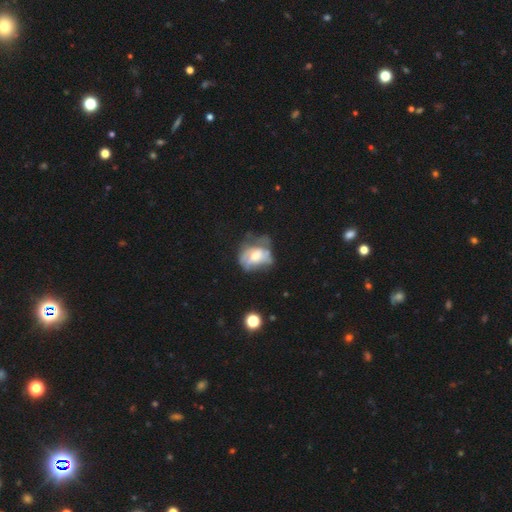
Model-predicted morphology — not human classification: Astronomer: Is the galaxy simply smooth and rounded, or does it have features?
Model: featured or disk — 51% (runner-up: smooth, 40%).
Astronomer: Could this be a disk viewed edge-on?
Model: no — 96%.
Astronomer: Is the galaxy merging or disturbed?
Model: major disturbance — 36% (runner-up: none, 28%).